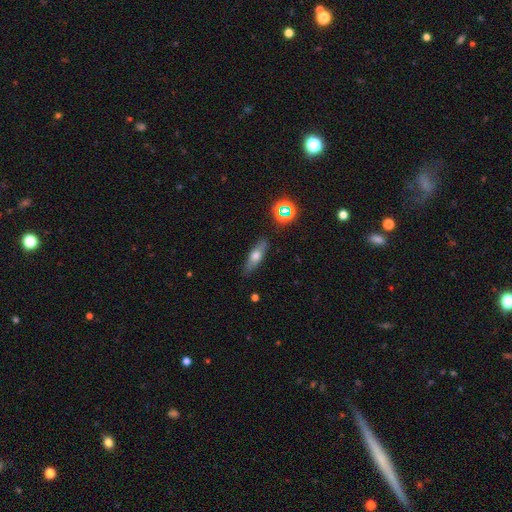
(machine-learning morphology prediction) smooth_or_featured: smooth (p=0.56) [alt: featured or disk p=0.34]
how_rounded: in between (p=0.49) [alt: cigar-shaped p=0.46]
merging: none (p=0.84) [alt: minor disturbance p=0.12]